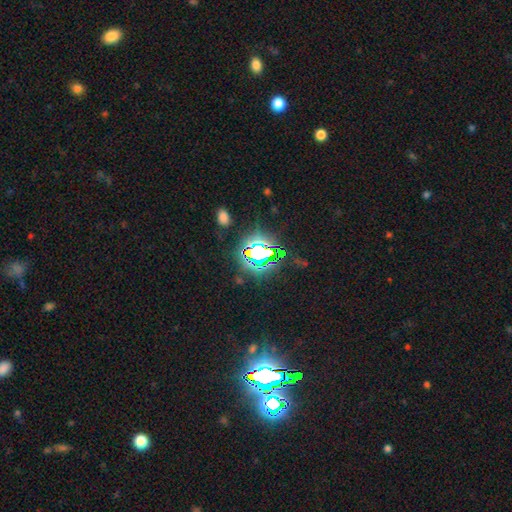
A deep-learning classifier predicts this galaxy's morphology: Smooth or featured: star or artifact — 74% (smooth — 16%)